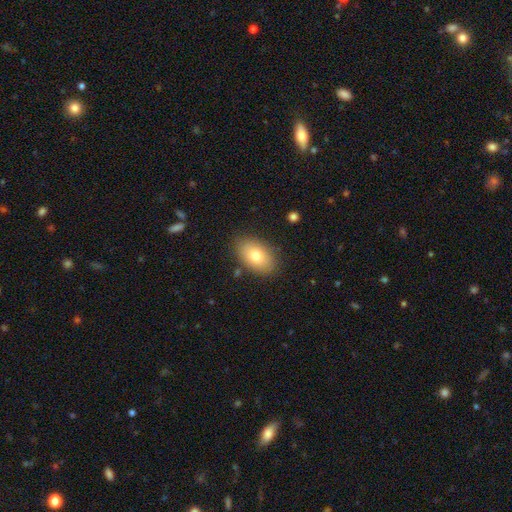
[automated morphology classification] This is likely a smooth galaxy (78%). How rounded: clearly in between (90%). Merging: clearly none (84%).